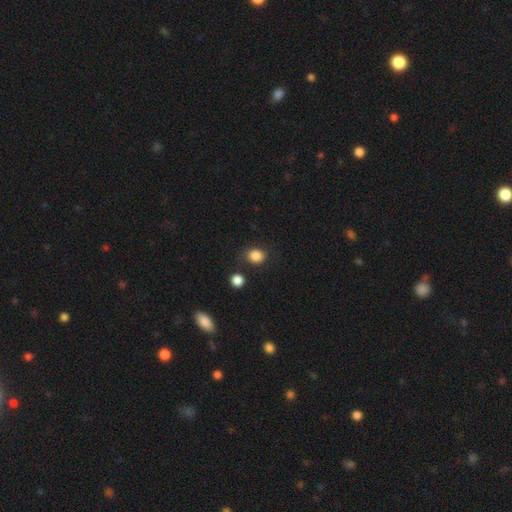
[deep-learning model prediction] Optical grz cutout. It shows a smooth galaxy with no disk features (85%) that is round (65%). Merging: none (78%).